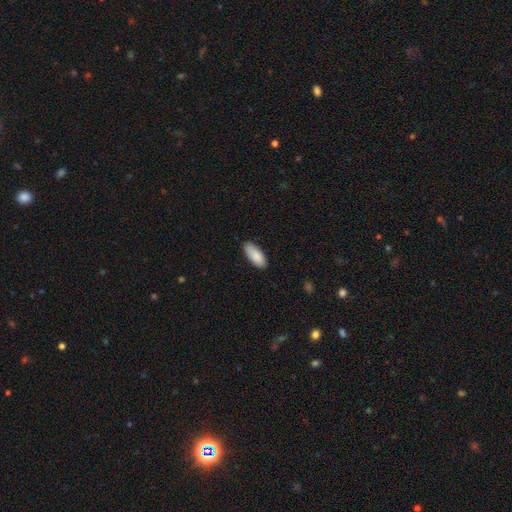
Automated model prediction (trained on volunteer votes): A smooth galaxy with no disk features (88%) that is in between round and cigar-shaped (83%).

Vote fractions:
- Smooth or featured? smooth: 88% / featured or disk: 6% / star or artifact: 6%
- How rounded? in between: 83% / cigar-shaped: 16% / round: 2%
- Merging? none: 84% / minor disturbance: 13% / major disturbance: 2% / merger: 1%